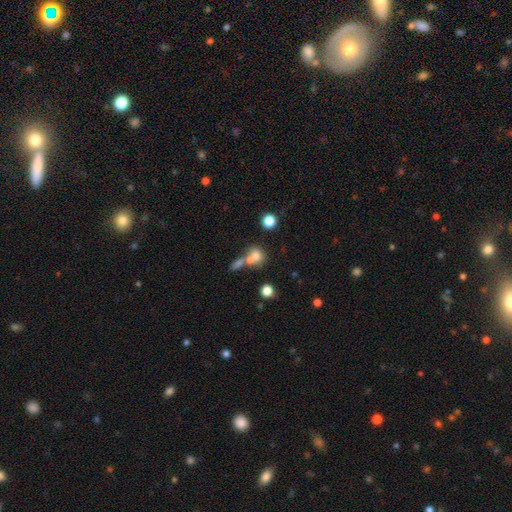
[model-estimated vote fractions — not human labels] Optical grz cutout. It shows a smooth galaxy with no disk features (71%) that is round (72%). Merging: merger (49%).